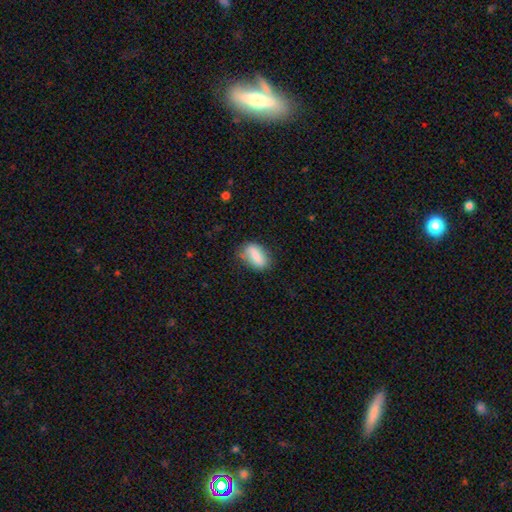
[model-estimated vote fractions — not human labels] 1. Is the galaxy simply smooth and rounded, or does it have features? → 80% smooth, 12% featured or disk, 7% star or artifact.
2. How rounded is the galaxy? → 83% in between, 11% cigar-shaped, 6% round.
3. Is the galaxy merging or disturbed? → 69% none, 22% minor disturbance, 6% major disturbance, 3% merger.